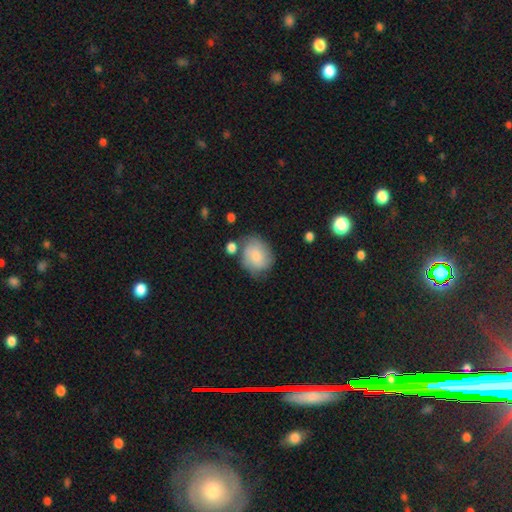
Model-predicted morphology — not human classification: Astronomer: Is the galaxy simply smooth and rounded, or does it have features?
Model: smooth — 71%.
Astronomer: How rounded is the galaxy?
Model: round — 60% (runner-up: in between, 39%).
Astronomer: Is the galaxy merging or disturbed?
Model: none — 59%.